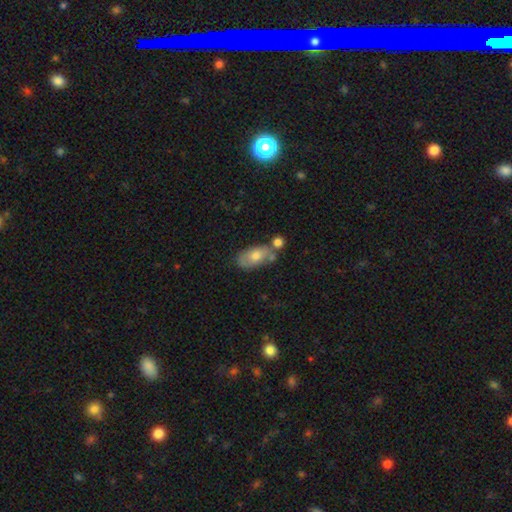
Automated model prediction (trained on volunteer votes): The model was most divided on "merging": none: 52%, merger: 23%, minor disturbance: 19%, major disturbance: 6%. More confident: how rounded — in between (89%); smooth or featured — smooth (68%).